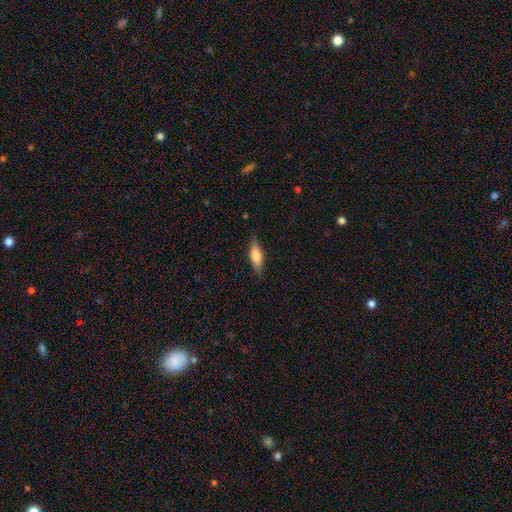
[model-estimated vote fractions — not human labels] Smooth or featured: smooth — 66% (featured or disk — 27%)
How rounded: in between — 59% (cigar-shaped — 38%)
Merging: none — 82% (minor disturbance — 14%)